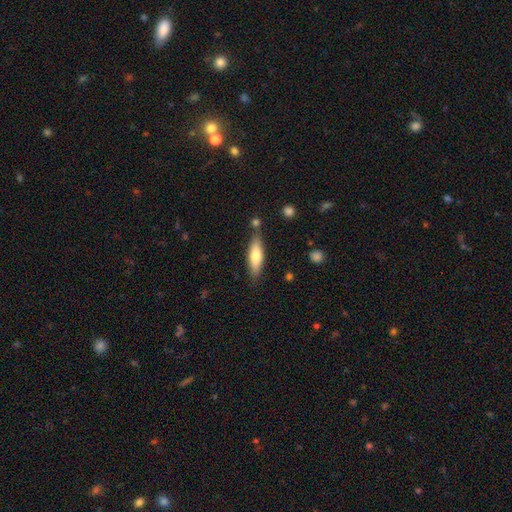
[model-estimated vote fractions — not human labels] Smooth or featured? smooth (67%)
How rounded? cigar-shaped (56%)
Merging? none (78%)